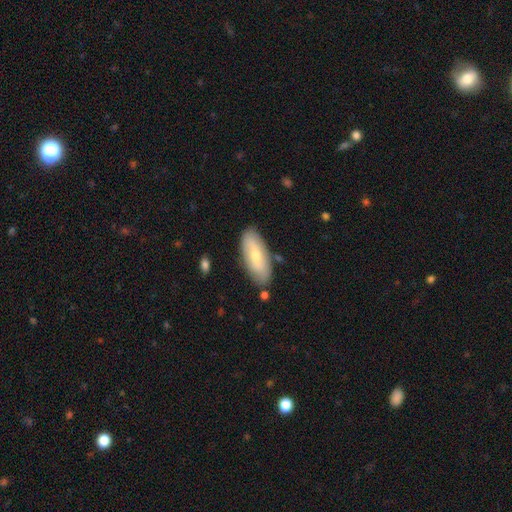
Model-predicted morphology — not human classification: This is likely a smooth galaxy (61%). How rounded: clearly in between (84%). Merging: clearly none (81%).